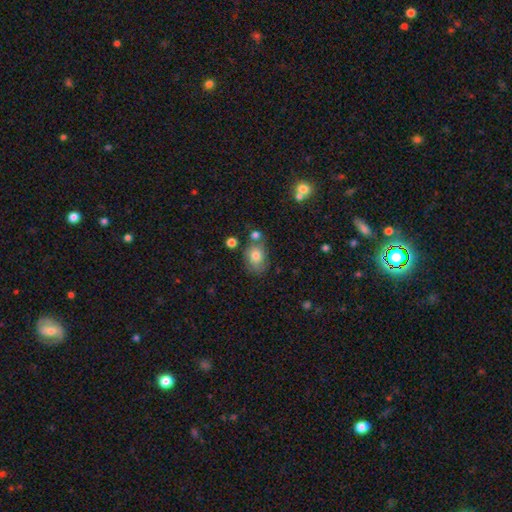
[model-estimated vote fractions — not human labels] Morphology: type=smooth (77%); roundness=in between (71%); merging=none (62%).